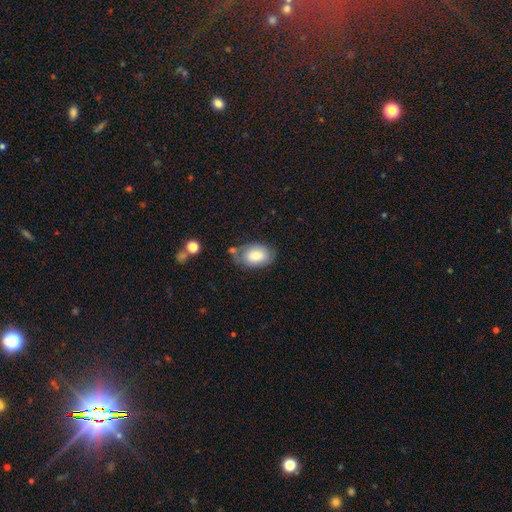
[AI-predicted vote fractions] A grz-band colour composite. It shows a smooth galaxy with no disk features (68%) that is in between round and cigar-shaped (84%). Merging: none (57%).